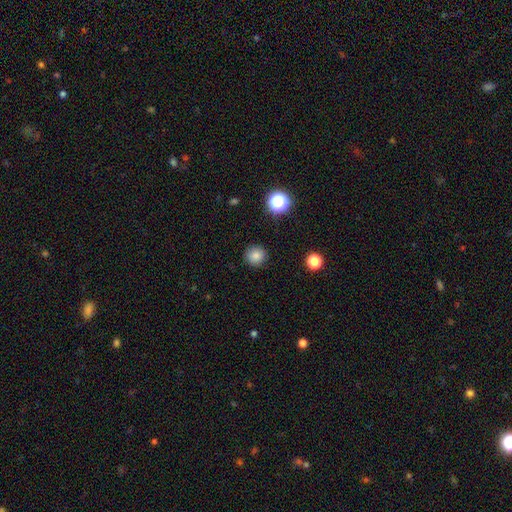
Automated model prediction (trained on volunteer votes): This is clearly a smooth galaxy (83%). How rounded: clearly round (92%). Merging: clearly none (90%).